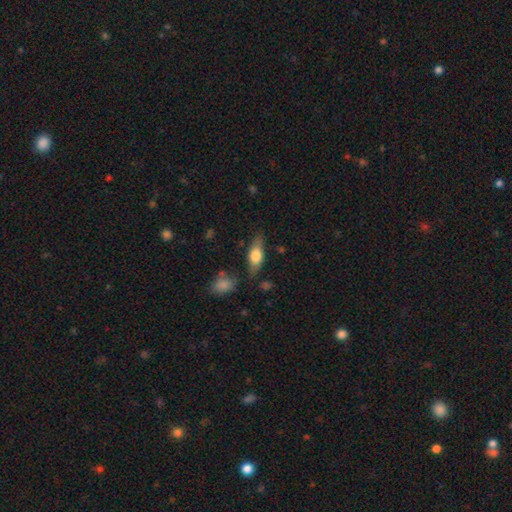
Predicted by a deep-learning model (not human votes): Smooth or featured? smooth (63%)
How rounded? in between (72%)
Merging? none (75%)